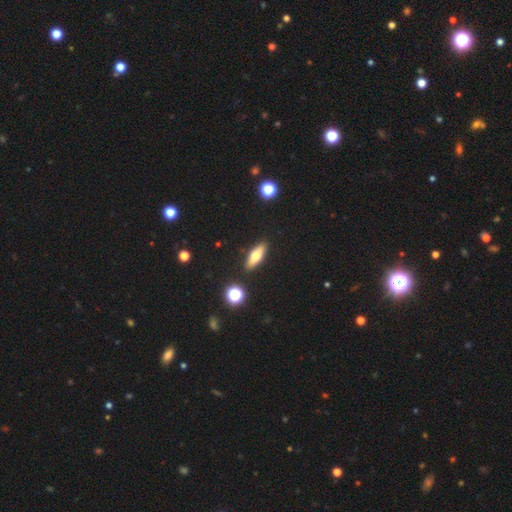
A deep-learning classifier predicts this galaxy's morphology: smooth 59%, featured or disk 32%, star or artifact 8%. Down the decision tree: how rounded — in between (51%); merging — none (88%).